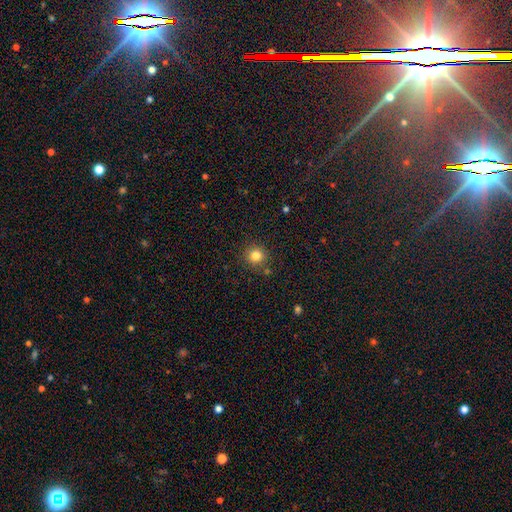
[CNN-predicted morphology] Q: Smooth or featured?
A: smooth (81%); runner-up: star or artifact (13%)
Q: How rounded?
A: round (92%); runner-up: in between (7%)
Q: Merging?
A: none (86%); runner-up: minor disturbance (8%)